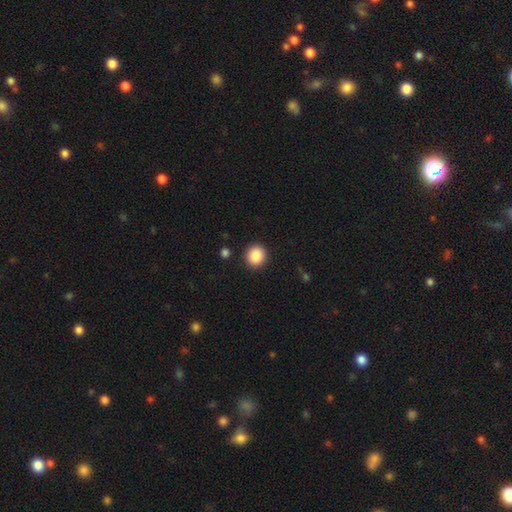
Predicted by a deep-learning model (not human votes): smooth_or_featured: smooth (p=0.88) [alt: star or artifact p=0.08]
how_rounded: round (p=0.89) [alt: in between p=0.10]
merging: none (p=0.91) [alt: minor disturbance p=0.06]